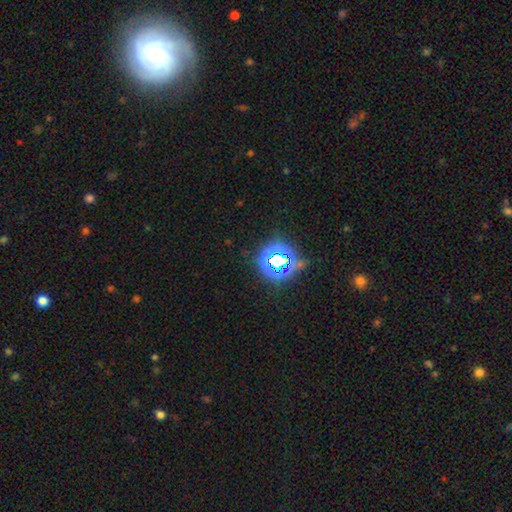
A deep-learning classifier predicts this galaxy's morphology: This is likely a star or artifact rather than a galaxy (63%).